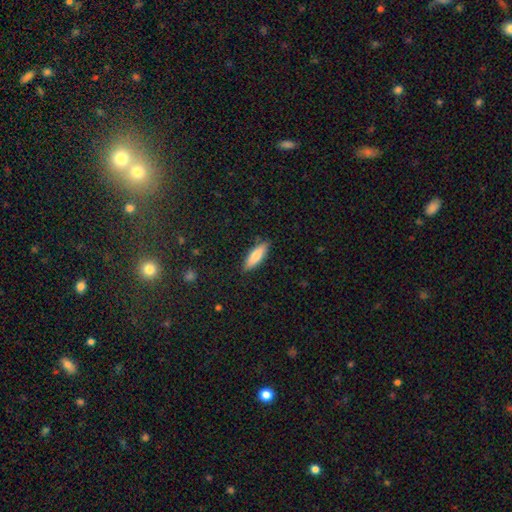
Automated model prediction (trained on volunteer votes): The model was most divided on "how rounded": in between: 51%, cigar-shaped: 48%, round: 2%. More confident: merging — none (87%); smooth or featured — smooth (78%).